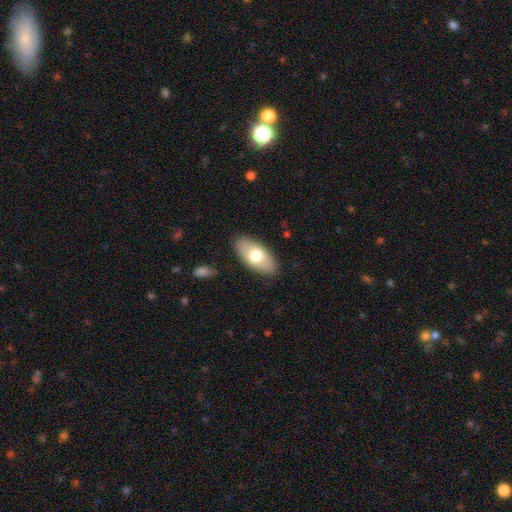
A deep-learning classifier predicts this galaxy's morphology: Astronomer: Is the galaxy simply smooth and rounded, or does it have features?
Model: smooth — 68%.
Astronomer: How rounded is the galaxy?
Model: in between — 92%.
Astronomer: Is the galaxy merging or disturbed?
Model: none — 87%.